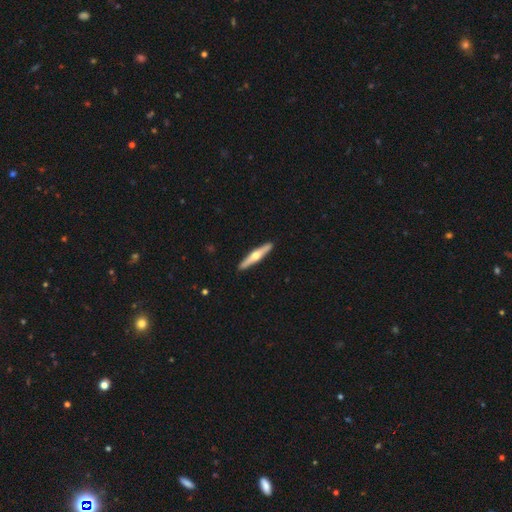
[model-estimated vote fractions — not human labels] Smooth or featured? featured or disk (62%)
Edge-on disk? yes (97%)
Edge-on bulge? rounded (94%)
Merging? none (92%)